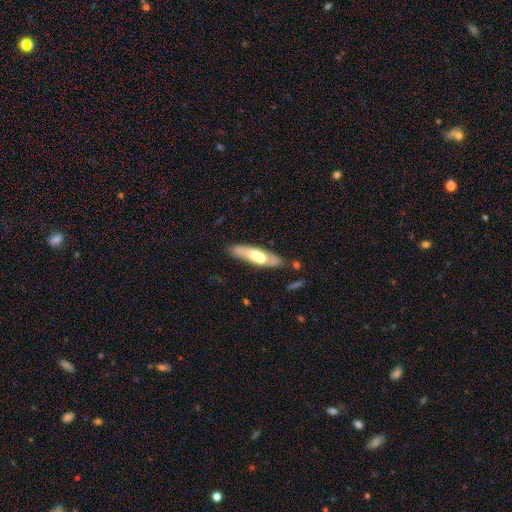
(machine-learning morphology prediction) This is possibly a smooth galaxy (48%). Merging: likely none (64%).